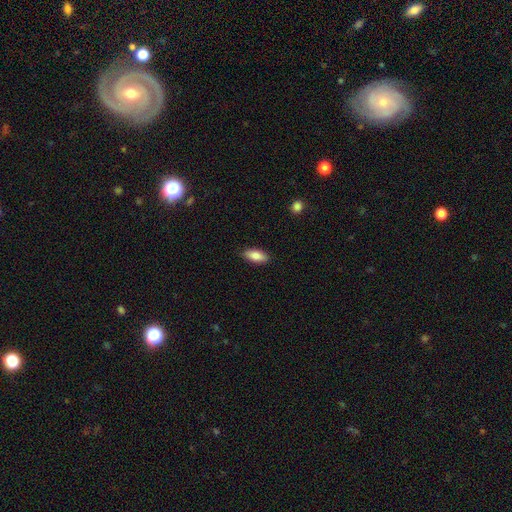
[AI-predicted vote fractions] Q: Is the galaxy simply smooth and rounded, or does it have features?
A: smooth — 83%.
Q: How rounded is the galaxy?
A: in between — 83%.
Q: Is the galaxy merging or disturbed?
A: none — 88%.